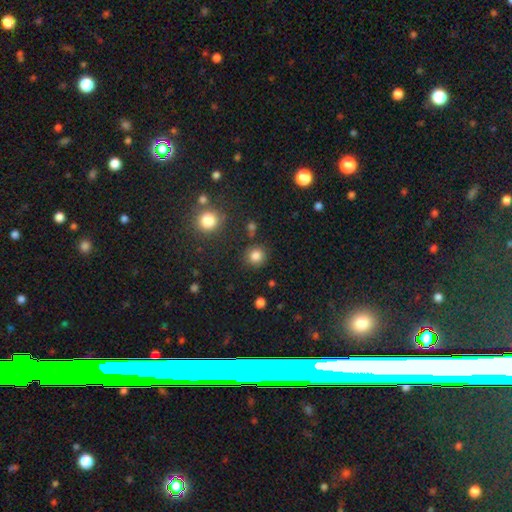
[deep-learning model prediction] smooth-or-featured: smooth: 84% | star or artifact: 12% | featured or disk: 4%
  how-rounded: round: 91% | in between: 8% | cigar-shaped: 1%
  merging: none: 86% | minor disturbance: 8% | merger: 3% | major disturbance: 3%